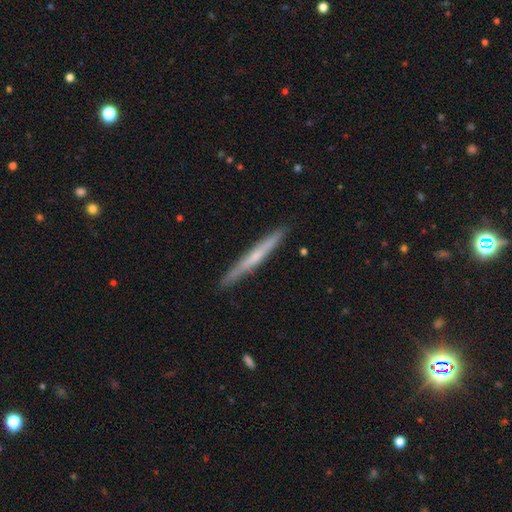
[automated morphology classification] A featured or disk galaxy (50%).

Vote fractions:
- Smooth or featured? featured or disk: 50% / smooth: 44% / star or artifact: 6%
- Merging? none: 90% / minor disturbance: 8% / major disturbance: 1% / merger: 1%